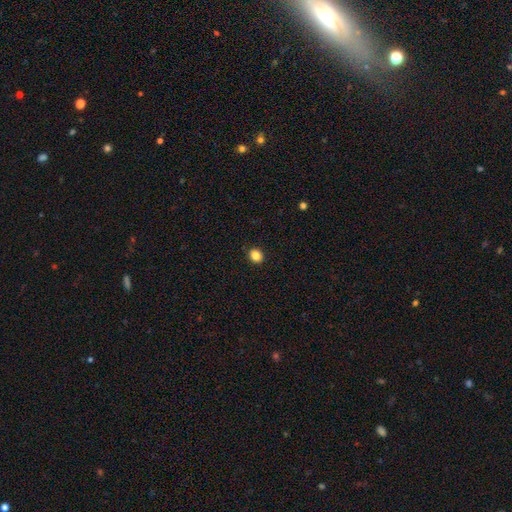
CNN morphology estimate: Smooth or featured: smooth — 85% (star or artifact — 11%)
How rounded: round — 76% (in between — 23%)
Merging: none — 92% (minor disturbance — 5%)